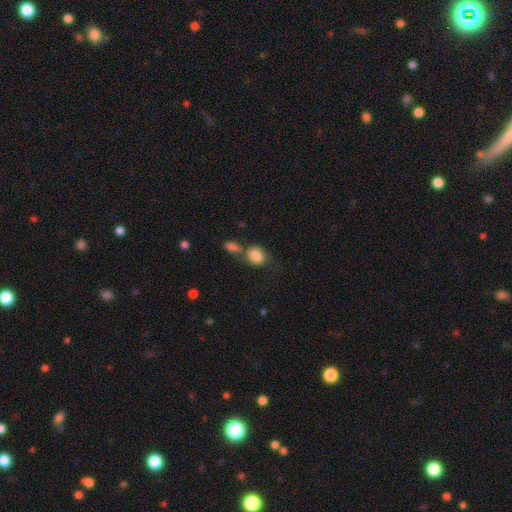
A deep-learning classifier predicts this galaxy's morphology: A smooth galaxy with no disk features (83%) that is round (59%).

Vote fractions:
- Smooth or featured? smooth: 83% / featured or disk: 9% / star or artifact: 8%
- How rounded? round: 59% / in between: 40% / cigar-shaped: 1%
- Merging? none: 38% (tied) / merger: 38% (tied) / minor disturbance: 15% / major disturbance: 9%